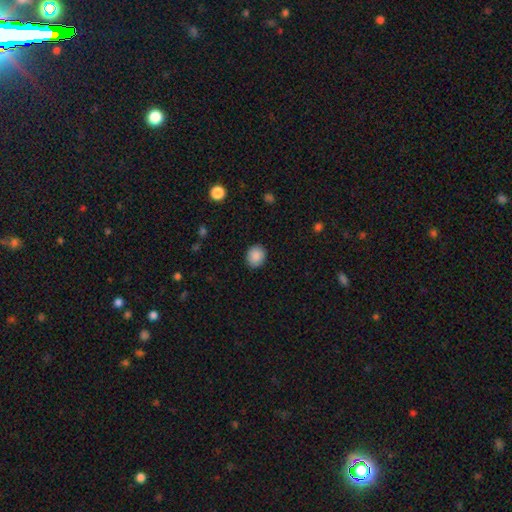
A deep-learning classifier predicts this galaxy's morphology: Smooth or featured?
  - smooth: 89% *
  - star or artifact: 8%
  - featured or disk: 3%
How rounded?
  - round: 70% *
  - in between: 29%
  - cigar-shaped: 1%
Merging?
  - none: 90% *
  - minor disturbance: 7%
  - major disturbance: 2%
  - merger: 1%